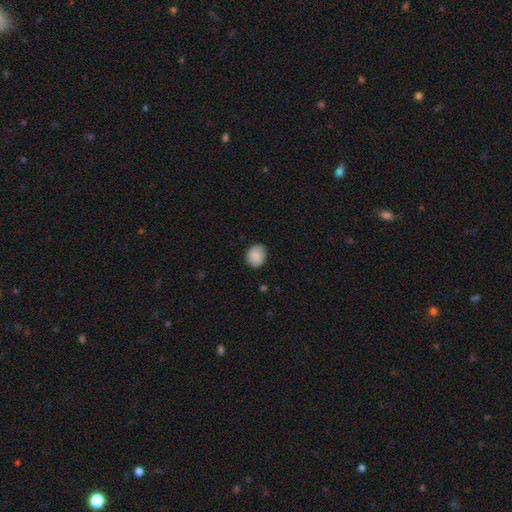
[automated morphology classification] smooth-or-featured: smooth: 88% | star or artifact: 7% | featured or disk: 4%
  how-rounded: round: 65% | in between: 34% | cigar-shaped: 1%
  merging: none: 84% | minor disturbance: 12% | major disturbance: 2% | merger: 1%